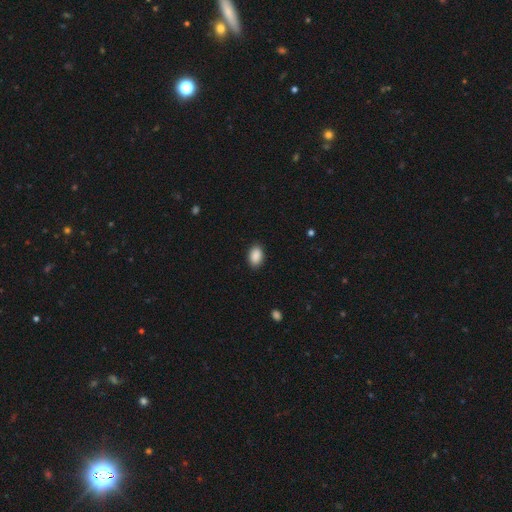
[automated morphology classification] The model was most divided on "how rounded": in between: 89%, round: 10%, cigar-shaped: 1%. More confident: smooth or featured — smooth (90%); merging — none (89%).